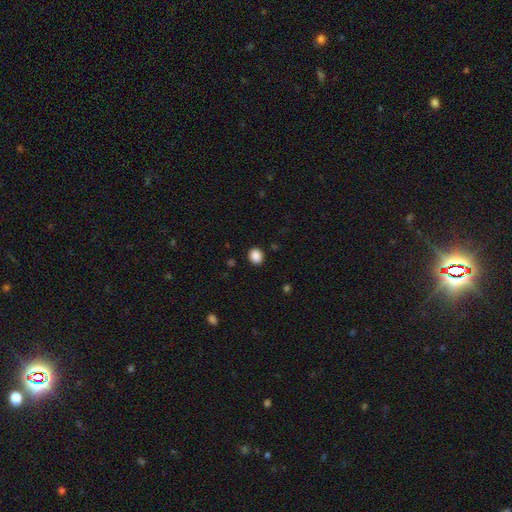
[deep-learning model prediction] Q: Smooth or featured?
A: smooth (88%); runner-up: star or artifact (9%)
Q: How rounded?
A: round (66%); runner-up: in between (33%)
Q: Merging?
A: none (90%); runner-up: minor disturbance (7%)